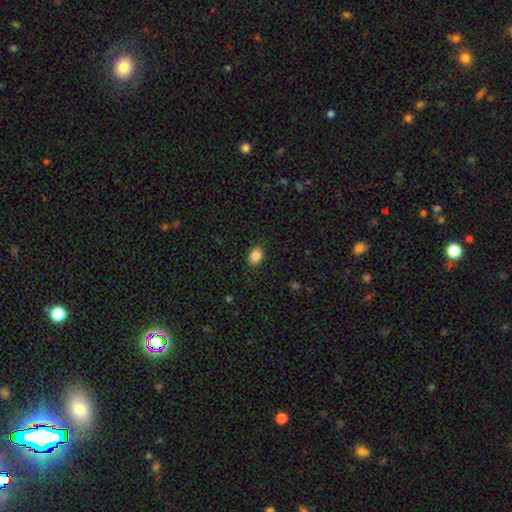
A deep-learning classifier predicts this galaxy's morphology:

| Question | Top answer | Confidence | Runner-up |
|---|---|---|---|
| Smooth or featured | smooth | 87% | star or artifact (9%) |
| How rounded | in between | 75% | round (24%) |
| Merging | none | 87% | minor disturbance (10%) |